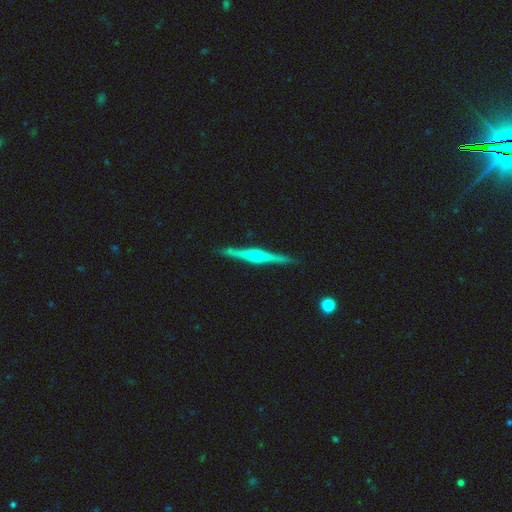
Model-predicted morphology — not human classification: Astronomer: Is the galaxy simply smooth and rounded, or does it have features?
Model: featured or disk — 81%.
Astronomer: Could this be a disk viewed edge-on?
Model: yes — 98%.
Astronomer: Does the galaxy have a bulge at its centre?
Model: rounded — 77%.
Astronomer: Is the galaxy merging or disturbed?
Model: none — 91%.